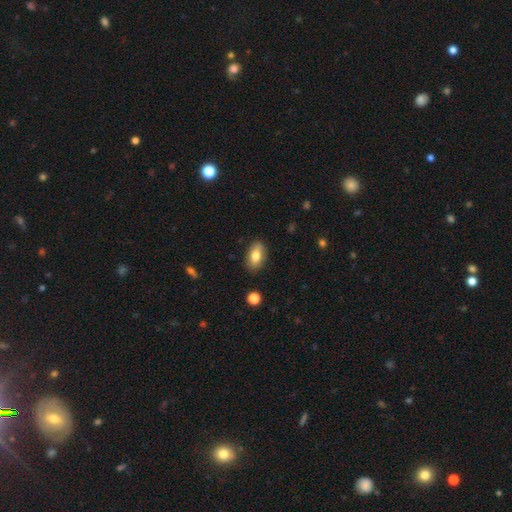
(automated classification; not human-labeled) Smooth or featured? smooth (77%)
How rounded? in between (90%)
Merging? none (83%)